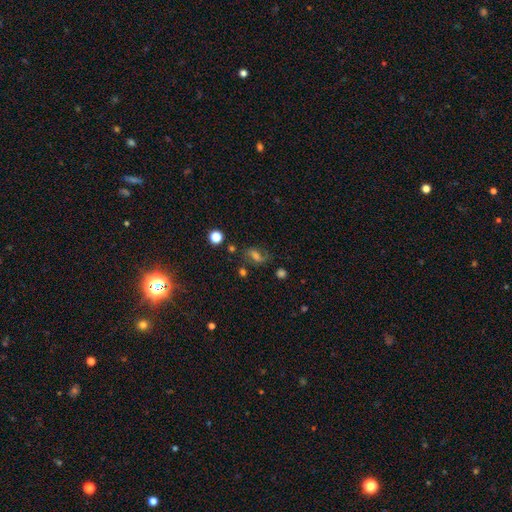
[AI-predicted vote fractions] This is marginally a featured or disk galaxy (45%). Merging: likely none (68%).